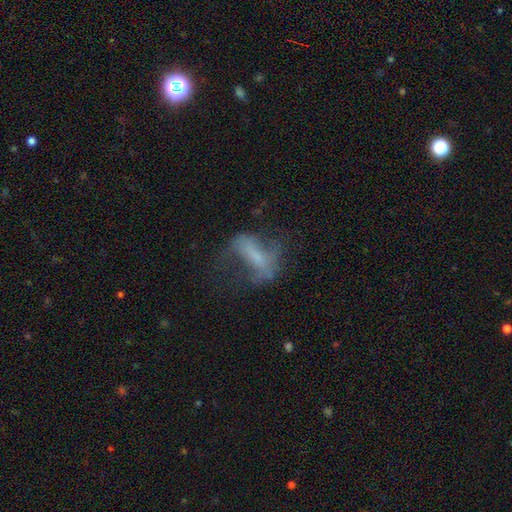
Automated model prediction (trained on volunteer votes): A featured or disk galaxy (54%).

Vote fractions:
- Smooth or featured? featured or disk: 54% / smooth: 32% / star or artifact: 14%
- Edge-on disk? no: 88% / yes: 12%
- Merging? major disturbance: 42% / none: 34% / minor disturbance: 20% / merger: 4%